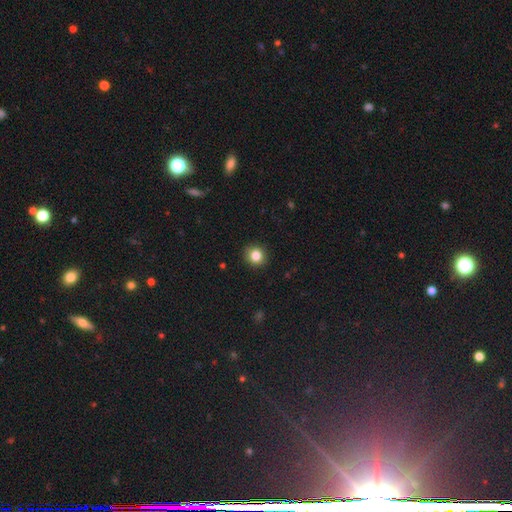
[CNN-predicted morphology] Overall: smooth (83%). How rounded: round (88%). Merging: none (91%).